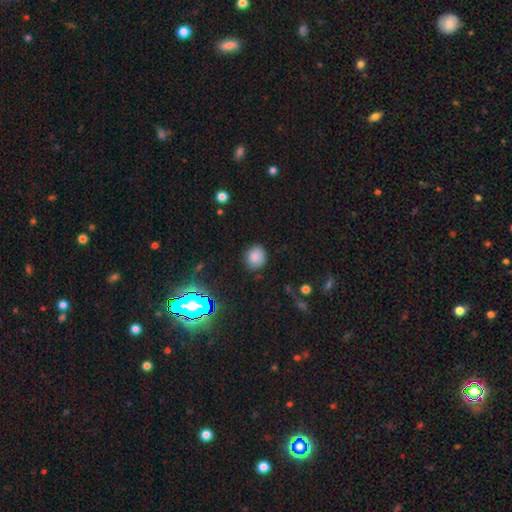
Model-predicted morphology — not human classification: type=smooth (81%); roundness=round (76%); merging=none (82%).